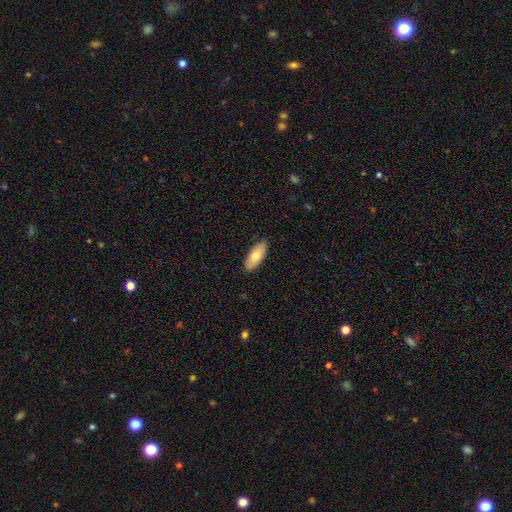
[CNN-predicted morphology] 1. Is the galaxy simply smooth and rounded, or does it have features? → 75% smooth, 19% featured or disk, 6% star or artifact.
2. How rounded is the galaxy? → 81% in between, 17% cigar-shaped, 2% round.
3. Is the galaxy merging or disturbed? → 89% none, 8% minor disturbance, 2% major disturbance, 1% merger.